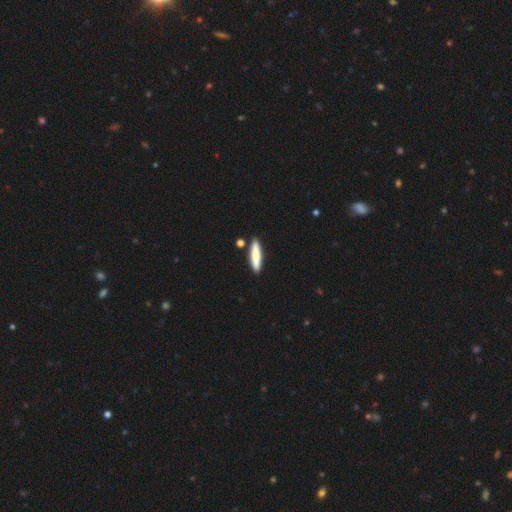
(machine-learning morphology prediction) The model was most divided on "smooth or featured": smooth: 79%, featured or disk: 15%, star or artifact: 6%. More confident: how rounded — cigar-shaped (86%); merging — none (85%).